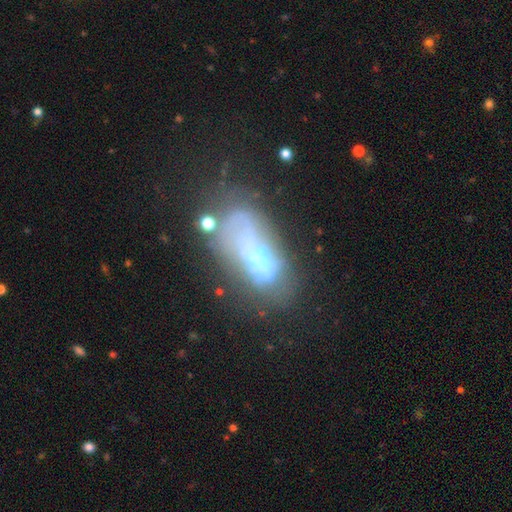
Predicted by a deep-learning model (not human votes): This is possibly a featured or disk galaxy (54%). It is clearly not viewed edge-on (89%). Merging: marginally major disturbance (33%).